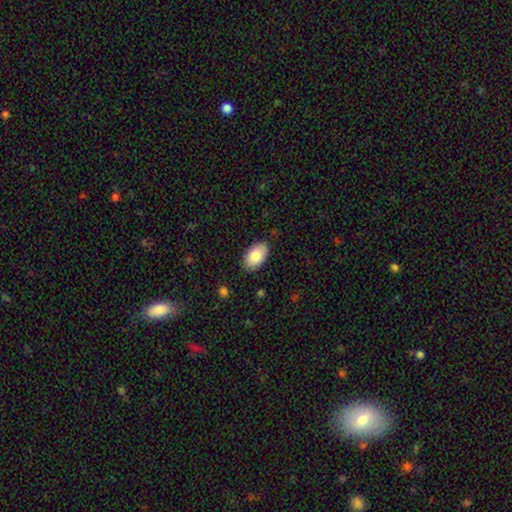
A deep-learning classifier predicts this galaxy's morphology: Smooth or featured?
  - smooth: 85% *
  - featured or disk: 9%
  - star or artifact: 6%
How rounded?
  - in between: 95% *
  - round: 4%
  - cigar-shaped: 1%
Merging?
  - none: 87% *
  - minor disturbance: 10%
  - major disturbance: 2%
  - merger: 1%